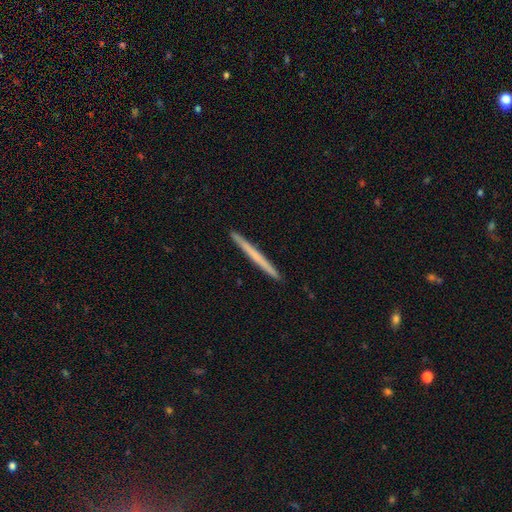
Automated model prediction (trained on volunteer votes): A smooth galaxy with no disk features (52%) that is cigar-shaped (98%).

Vote fractions:
- Smooth or featured? smooth: 52% / featured or disk: 43% / star or artifact: 5%
- How rounded? cigar-shaped: 98% / in between: 1% / round: 1%
- Merging? none: 94% / minor disturbance: 4% / major disturbance: 1% / merger: 1%